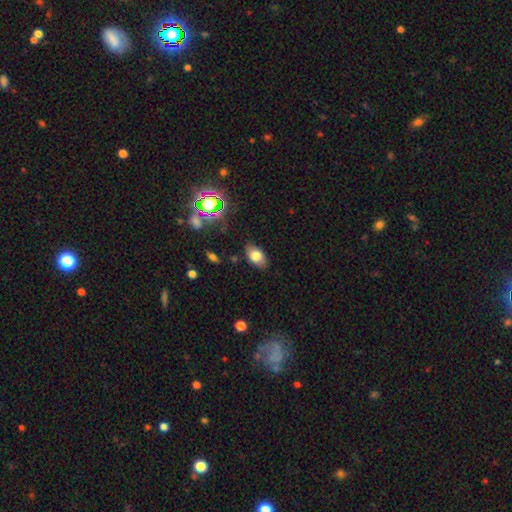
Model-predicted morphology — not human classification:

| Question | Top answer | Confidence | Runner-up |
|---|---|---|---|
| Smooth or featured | smooth | 76% | featured or disk (13%) |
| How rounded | in between | 89% | round (10%) |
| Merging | none | 82% | minor disturbance (14%) |